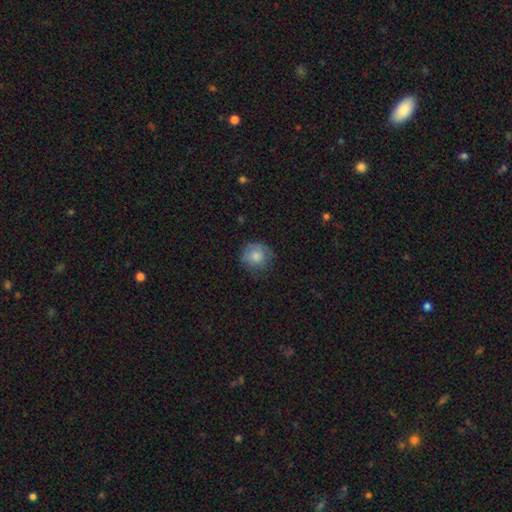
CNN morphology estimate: A smooth galaxy with no disk features (72%) that is round (86%).

Vote fractions:
- Smooth or featured? smooth: 72% / featured or disk: 20% / star or artifact: 8%
- How rounded? round: 86% / in between: 13% / cigar-shaped: 1%
- Merging? none: 67% / minor disturbance: 23% / major disturbance: 8% / merger: 1%